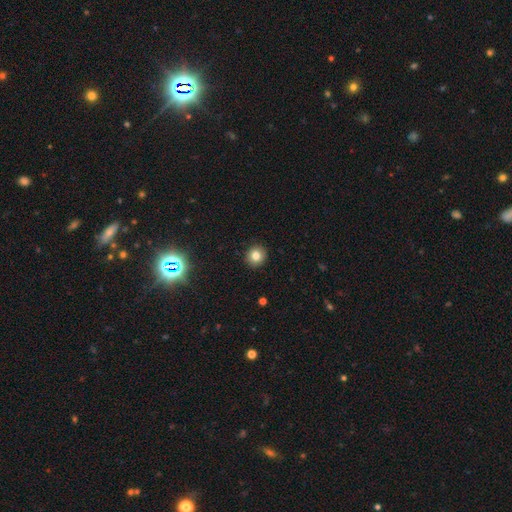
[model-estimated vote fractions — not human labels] Smooth or featured: smooth — 80% (star or artifact — 12%)
How rounded: round — 91% (in between — 8%)
Merging: none — 92% (minor disturbance — 6%)